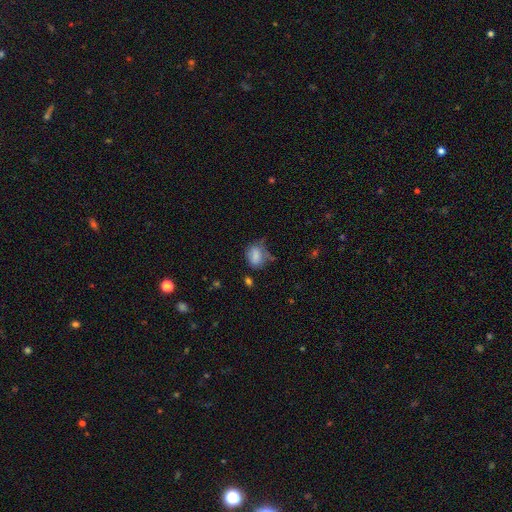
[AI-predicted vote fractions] A smooth galaxy with no disk features (74%) that is in between round and cigar-shaped (66%). Merging: none (42%).